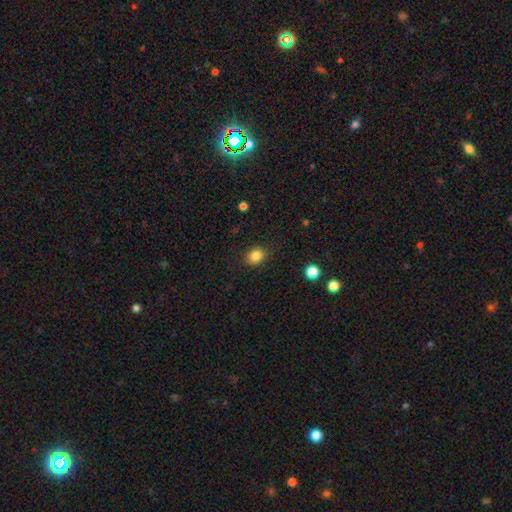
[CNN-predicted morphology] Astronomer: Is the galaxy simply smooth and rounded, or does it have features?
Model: smooth — 85%.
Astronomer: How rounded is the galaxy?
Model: round — 50%, tied with in between at 50%.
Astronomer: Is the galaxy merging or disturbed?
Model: none — 86%.